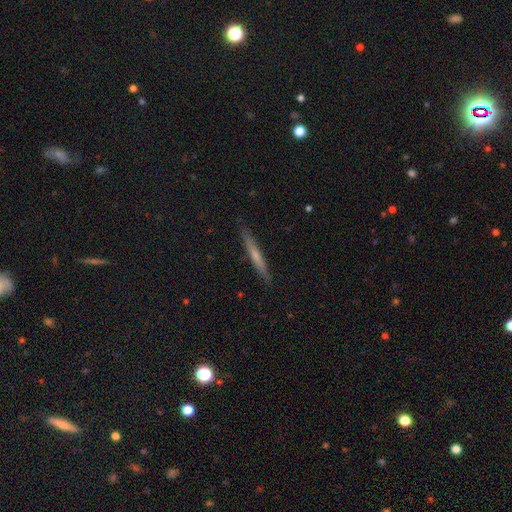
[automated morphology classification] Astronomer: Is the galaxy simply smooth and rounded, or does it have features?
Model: featured or disk — 48% (runner-up: smooth, 46%).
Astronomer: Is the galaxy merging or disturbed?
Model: none — 90%.